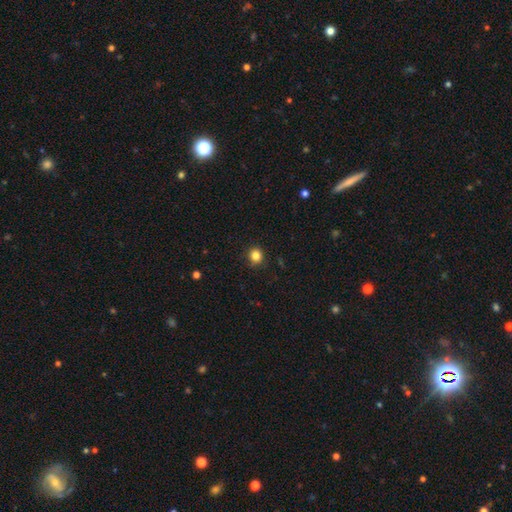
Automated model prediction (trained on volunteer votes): Smooth or featured? smooth (84%)
How rounded? round (85%)
Merging? none (89%)